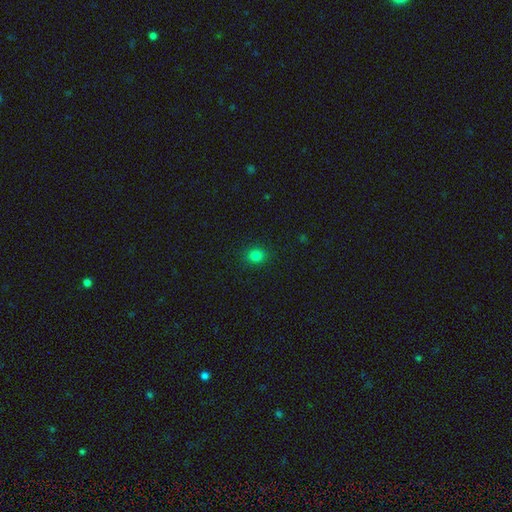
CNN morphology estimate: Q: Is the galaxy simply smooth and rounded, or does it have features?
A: smooth — 81%.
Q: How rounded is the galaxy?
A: round — 76%.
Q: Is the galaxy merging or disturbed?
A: none — 90%.